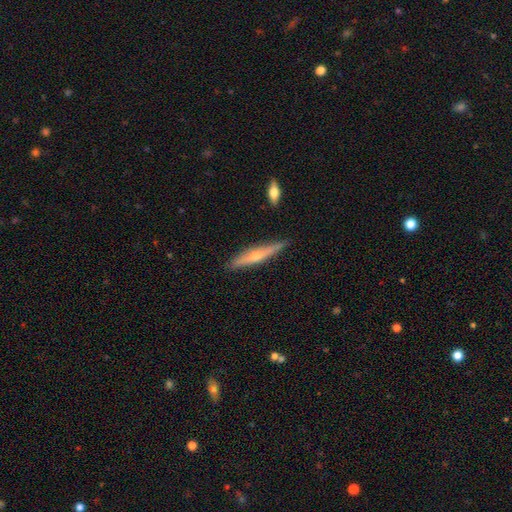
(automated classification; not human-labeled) This appears to be a featured or disk galaxy (61%) viewed edge-on (95%) with a rounded central bulge (85%). Merging: none (86%).